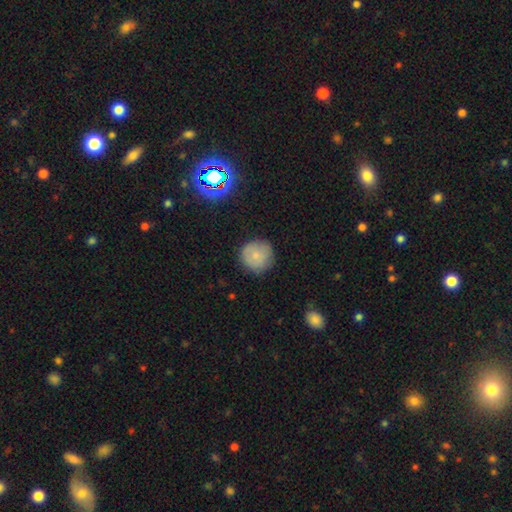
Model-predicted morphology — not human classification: smooth 74%, featured or disk 16%, star or artifact 10%. Down the decision tree: how rounded — round (94%); merging — none (81%).